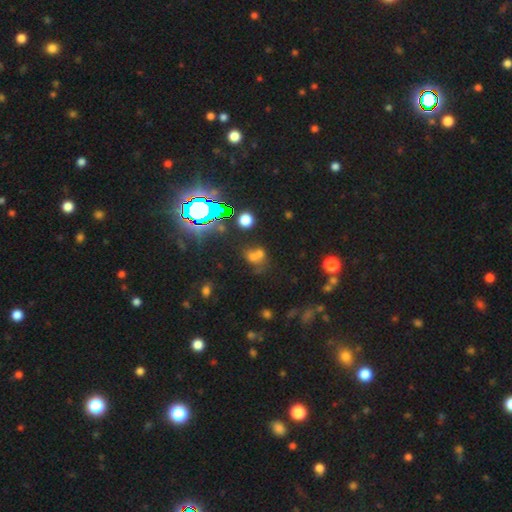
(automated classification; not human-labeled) The model was most divided on "merging": merger: 48%, none: 35%, minor disturbance: 10%, major disturbance: 8%. Remaining: smooth or featured — smooth (50%).